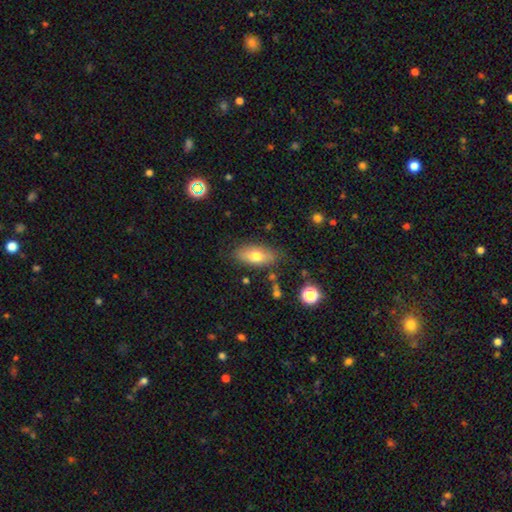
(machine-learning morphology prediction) type=smooth (72%); roundness=in between (86%); merging=none (77%).